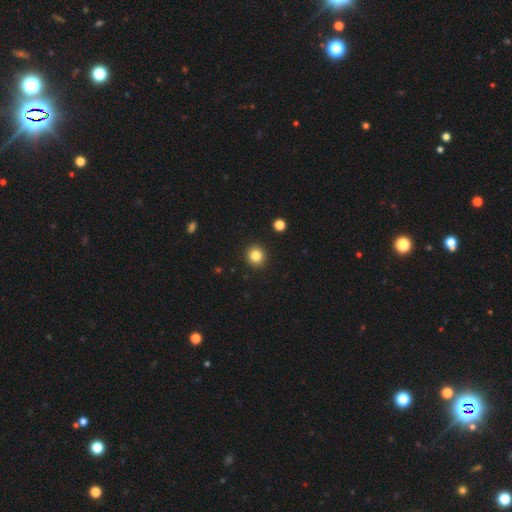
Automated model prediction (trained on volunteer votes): Q: Smooth or featured?
A: smooth (83%); runner-up: star or artifact (11%)
Q: How rounded?
A: round (91%); runner-up: in between (8%)
Q: Merging?
A: none (92%); runner-up: minor disturbance (5%)